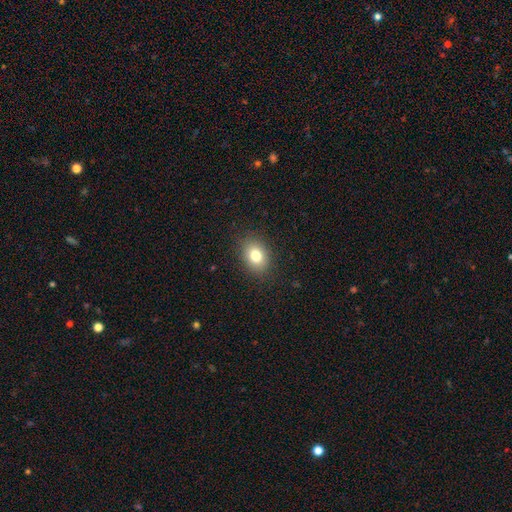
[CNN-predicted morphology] type=smooth (80%); roundness=in between (68%); merging=none (88%).